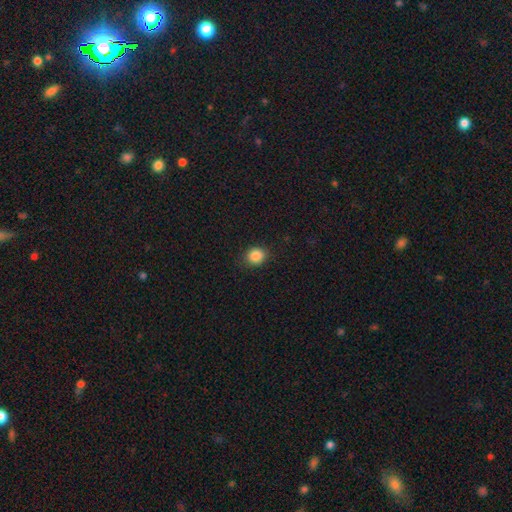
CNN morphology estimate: Overall: smooth (86%). How rounded: round (77%). Merging: none (87%).